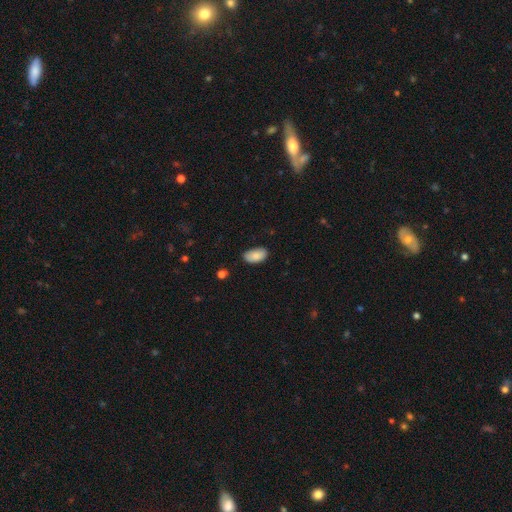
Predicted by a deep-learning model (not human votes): smooth-or-featured: smooth: 87% | star or artifact: 7% | featured or disk: 6%
  how-rounded: in between: 95% | round: 3% | cigar-shaped: 2%
  merging: none: 79% | minor disturbance: 17% | major disturbance: 3% | merger: 1%